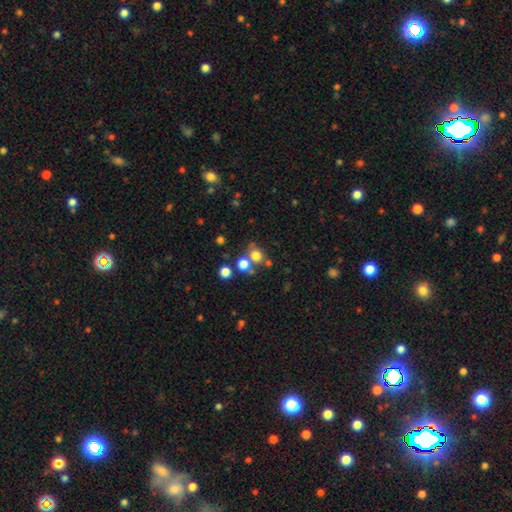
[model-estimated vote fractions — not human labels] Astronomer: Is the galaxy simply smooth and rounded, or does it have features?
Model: smooth — 73%.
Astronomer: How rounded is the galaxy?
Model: round — 80%.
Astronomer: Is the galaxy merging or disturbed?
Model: none — 59%.